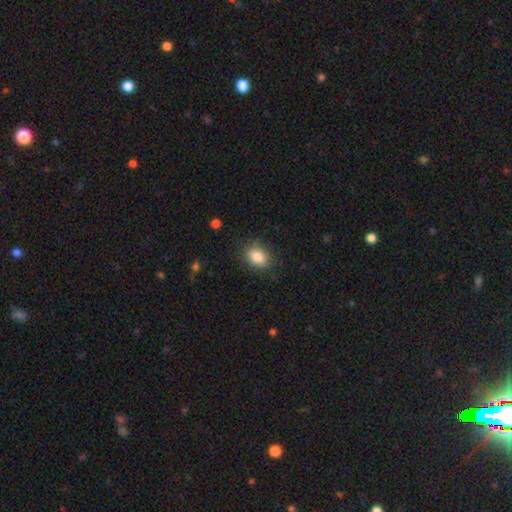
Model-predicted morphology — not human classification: Overall: smooth (86%). How rounded: in between (73%). Merging: none (84%).